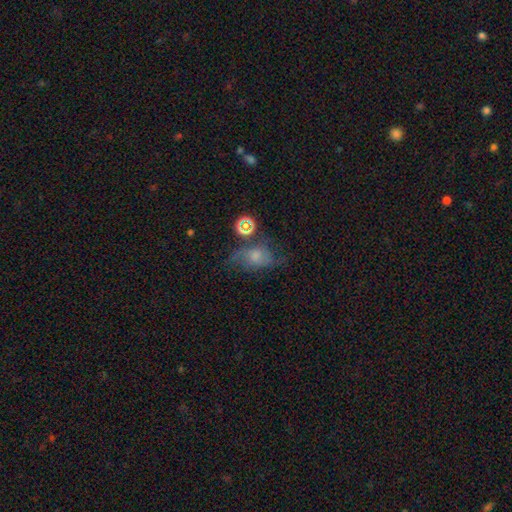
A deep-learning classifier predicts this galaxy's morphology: smooth 43%, featured or disk 40%, star or artifact 17%. Down the decision tree: merging — none (44%).